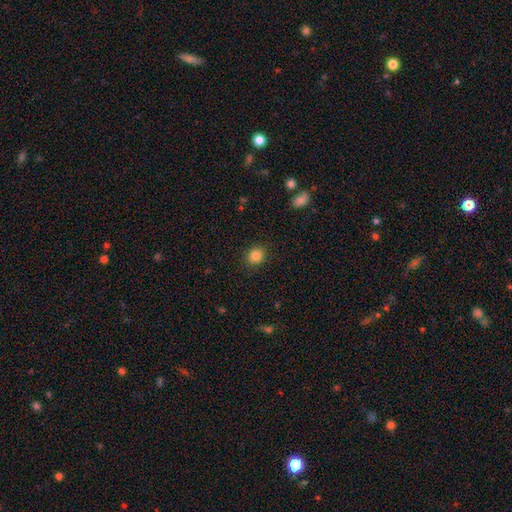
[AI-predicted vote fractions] smooth 84%, star or artifact 11%, featured or disk 5%. Down the decision tree: how rounded — round (72%); merging — none (89%).